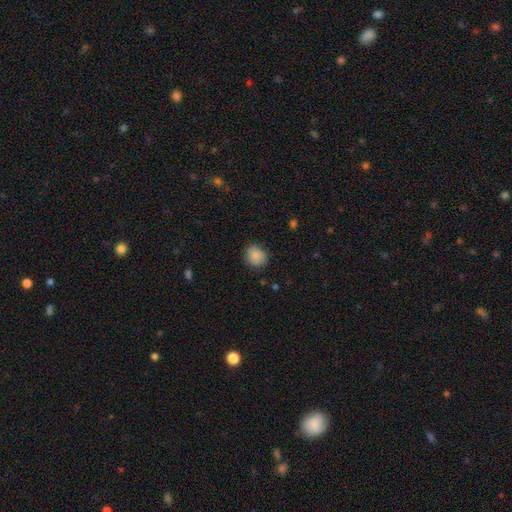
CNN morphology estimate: type=smooth (86%); roundness=round (80%); merging=none (78%).